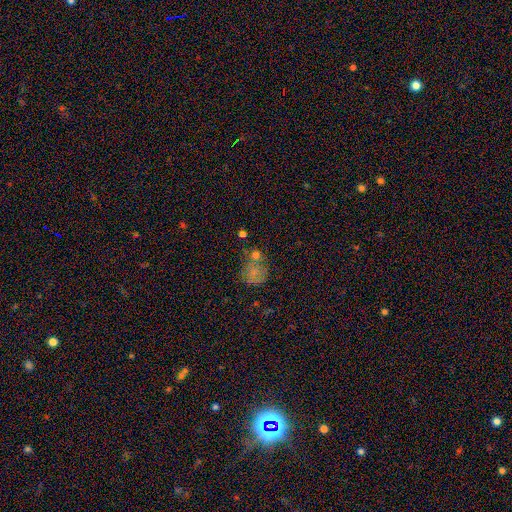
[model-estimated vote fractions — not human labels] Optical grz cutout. It shows a smooth galaxy with no disk features (59%) that is round (82%). Merging: none (53%).